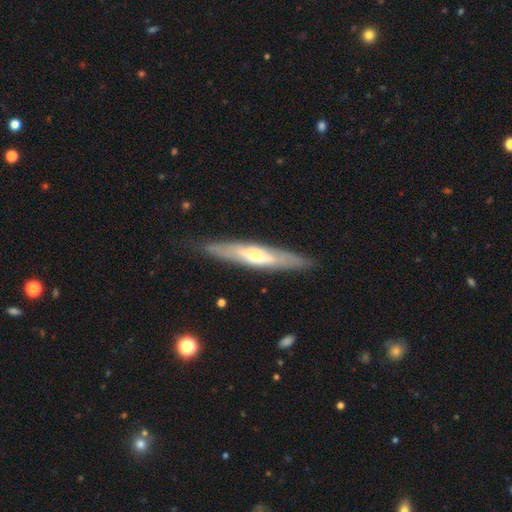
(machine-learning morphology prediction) This appears to be a featured or disk galaxy (58%) viewed edge-on (74%). Merging: none (83%).